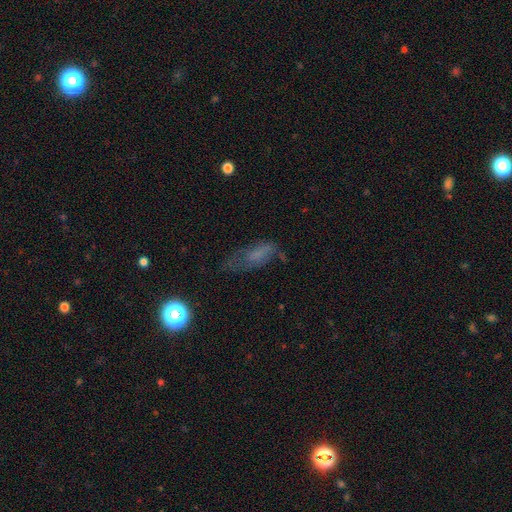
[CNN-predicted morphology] Smooth or featured? smooth (49%)
Merging? none (50%)